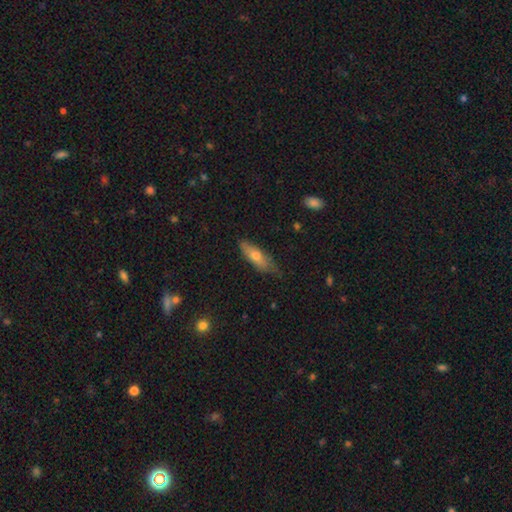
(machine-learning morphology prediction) A smooth galaxy with no disk features (64%) that is in between round and cigar-shaped (52%).

Vote fractions:
- Smooth or featured? smooth: 64% / featured or disk: 29% / star or artifact: 7%
- How rounded? in between: 52% / cigar-shaped: 46% / round: 3%
- Merging? none: 65% / minor disturbance: 28% / major disturbance: 5% / merger: 2%